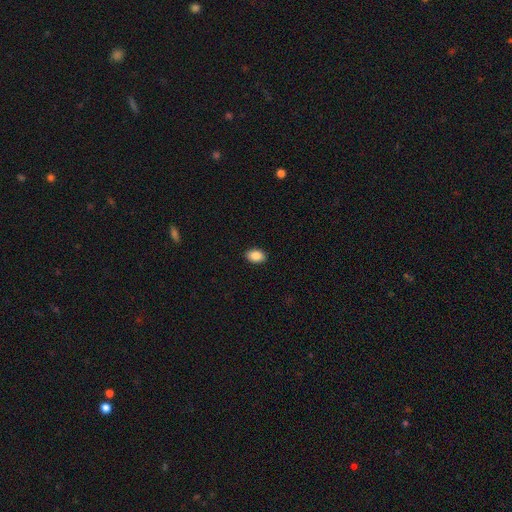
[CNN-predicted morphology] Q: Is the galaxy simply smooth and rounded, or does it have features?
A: smooth — 88%.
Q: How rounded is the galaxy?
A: in between — 85%.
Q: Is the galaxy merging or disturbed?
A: none — 90%.